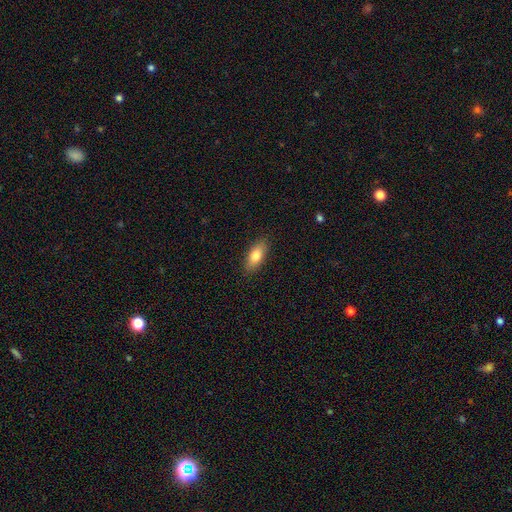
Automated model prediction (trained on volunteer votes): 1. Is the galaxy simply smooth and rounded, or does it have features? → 79% smooth, 14% featured or disk, 6% star or artifact.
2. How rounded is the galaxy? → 81% in between, 16% cigar-shaped, 3% round.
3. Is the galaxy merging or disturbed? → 87% none, 9% minor disturbance, 2% major disturbance, 1% merger.